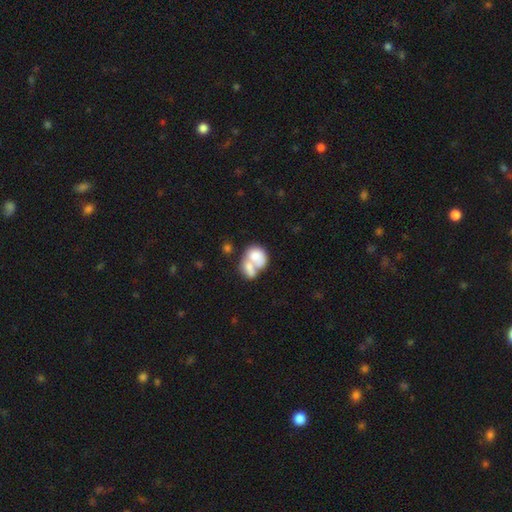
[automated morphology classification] Smooth or featured? Predicted: smooth (p=0.63). How rounded? Predicted: in between (p=0.57). Merging? Predicted: merger (p=0.73).